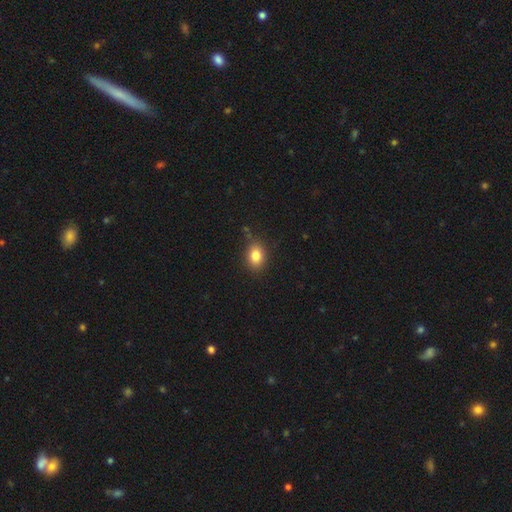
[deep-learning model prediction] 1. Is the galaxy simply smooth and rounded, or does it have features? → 83% smooth, 10% star or artifact, 7% featured or disk.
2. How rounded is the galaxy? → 63% in between, 36% round, 1% cigar-shaped.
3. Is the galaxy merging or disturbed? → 80% none, 14% minor disturbance, 3% major disturbance, 2% merger.